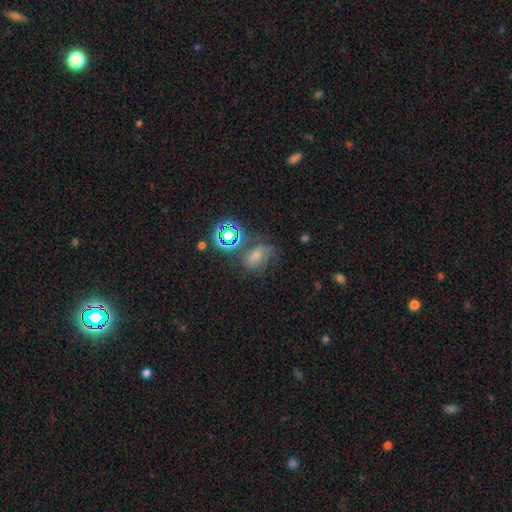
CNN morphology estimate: A smooth galaxy with no disk features (45%). Merging: none (46%).